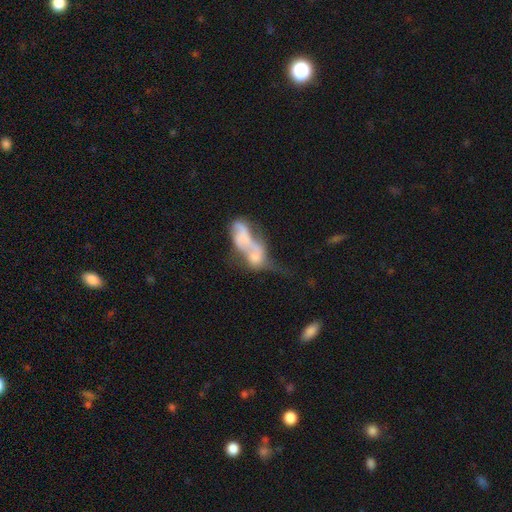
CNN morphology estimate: smooth 46%, featured or disk 43%, star or artifact 11%. Down the decision tree: merging — merger (69%).